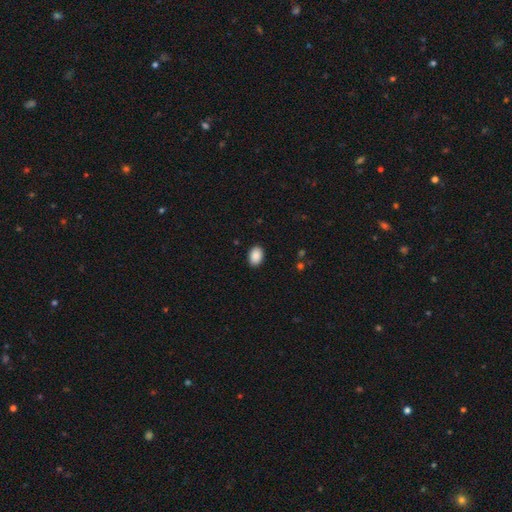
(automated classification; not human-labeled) A smooth galaxy with no disk features (90%) that is in between round and cigar-shaped (81%). Merging: none (90%).